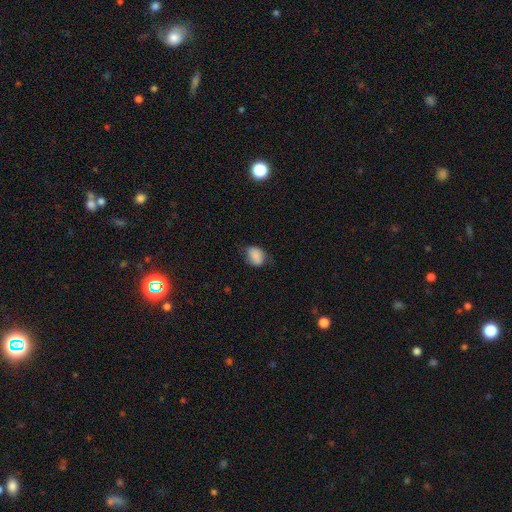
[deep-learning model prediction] This is clearly a smooth galaxy (83%). How rounded: likely in between (65%). Merging: likely none (61%).